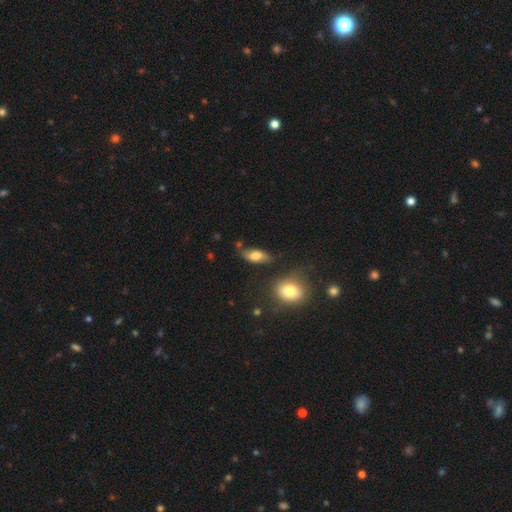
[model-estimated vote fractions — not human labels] smooth_or_featured: smooth (p=0.73) [alt: featured or disk p=0.19]
how_rounded: in between (p=0.82) [alt: cigar-shaped p=0.13]
merging: none (p=0.66) [alt: minor disturbance p=0.21]